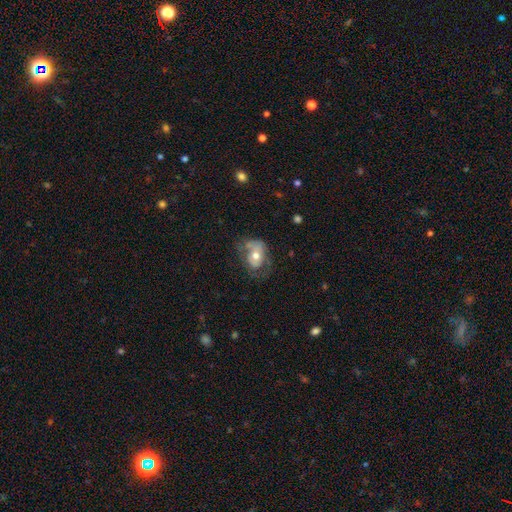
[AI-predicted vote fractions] Smooth or featured?
  - smooth: 47% *
  - featured or disk: 46%
  - star or artifact: 7%
Merging?
  - none: 35% *
  - major disturbance: 33%
  - minor disturbance: 28%
  - merger: 4%